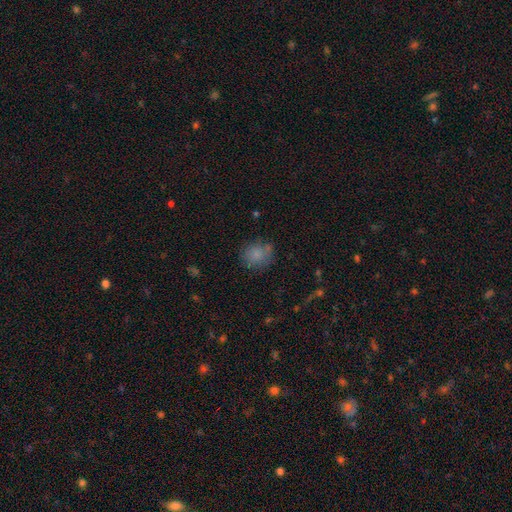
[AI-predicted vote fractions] Morphology: type=smooth (81%); roundness=round (78%); merging=none (72%).